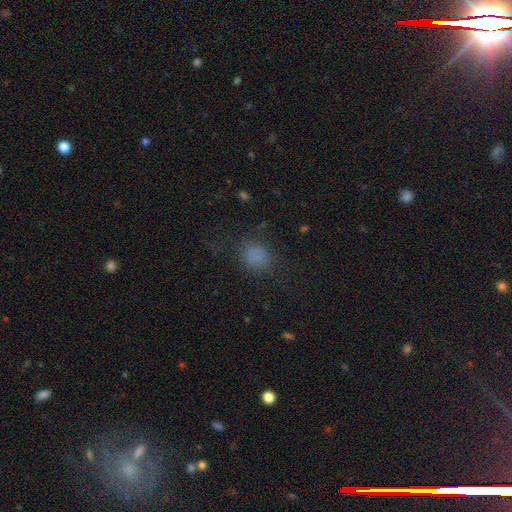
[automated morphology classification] This is likely a smooth galaxy (75%). How rounded: likely round (67%). Merging: likely none (72%).